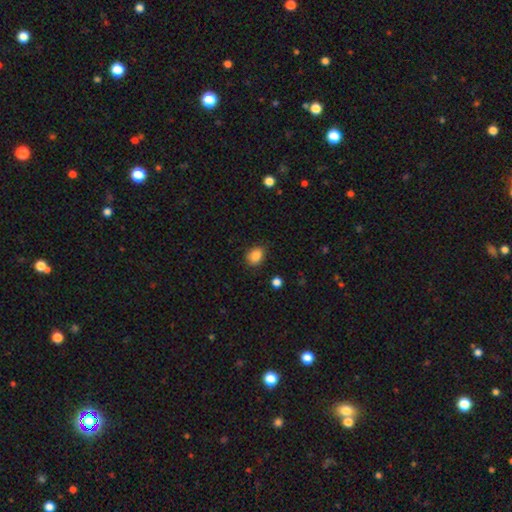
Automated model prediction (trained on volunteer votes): Smooth or featured? Predicted: smooth (p=0.85). How rounded? Predicted: in between (p=0.60). Merging? Predicted: none (p=0.83).